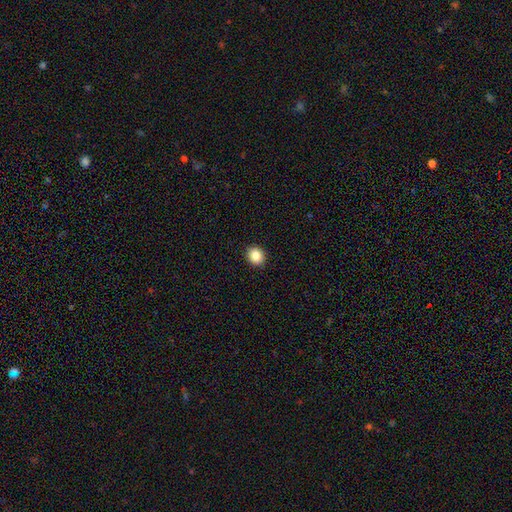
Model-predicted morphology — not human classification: This appears to be a smooth galaxy with no disk features (87%) that is round (70%). Merging: none (92%).